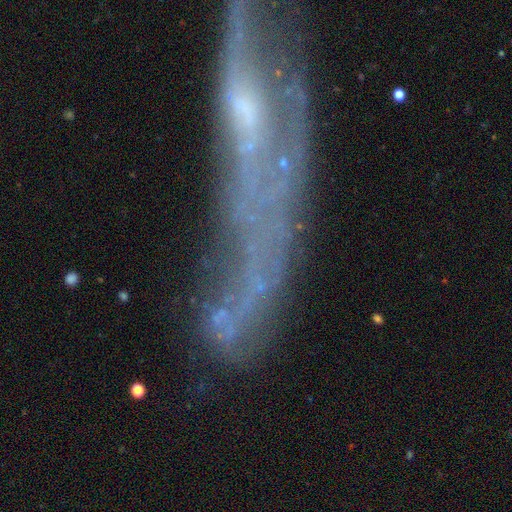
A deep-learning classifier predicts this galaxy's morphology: type=featured or disk (66%); edge-on=no (63%); merging=none (43%).